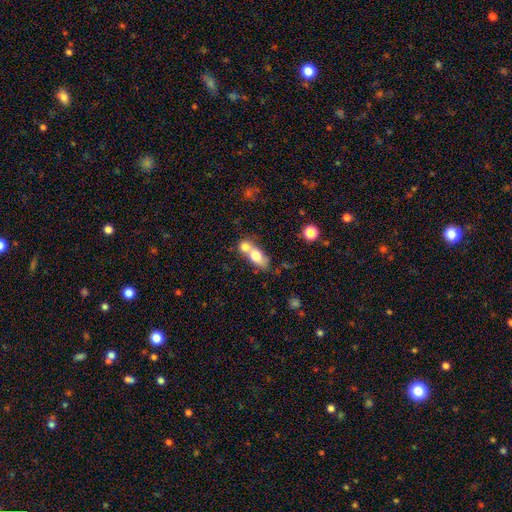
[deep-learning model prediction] smooth_or_featured: smooth (p=0.72) [alt: featured or disk p=0.21]
how_rounded: in between (p=0.70) [alt: round p=0.22]
merging: merger (p=0.69) [alt: none p=0.20]